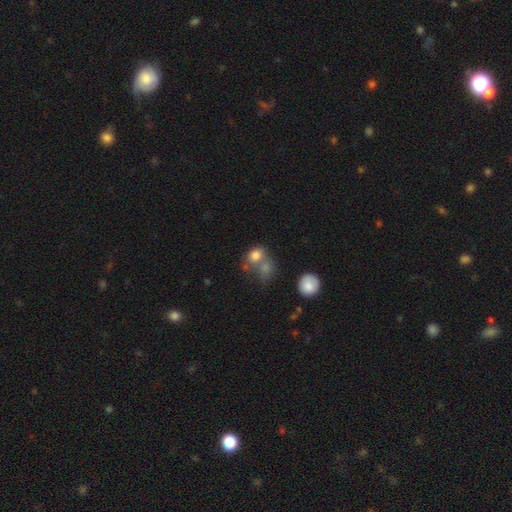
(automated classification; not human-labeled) A smooth galaxy with no disk features (78%) that is round (57%).

Vote fractions:
- Smooth or featured? smooth: 78% / featured or disk: 12% / star or artifact: 11%
- How rounded? round: 57% / in between: 42% / cigar-shaped: 1%
- Merging? merger: 46% / none: 36% / minor disturbance: 11% / major disturbance: 7%